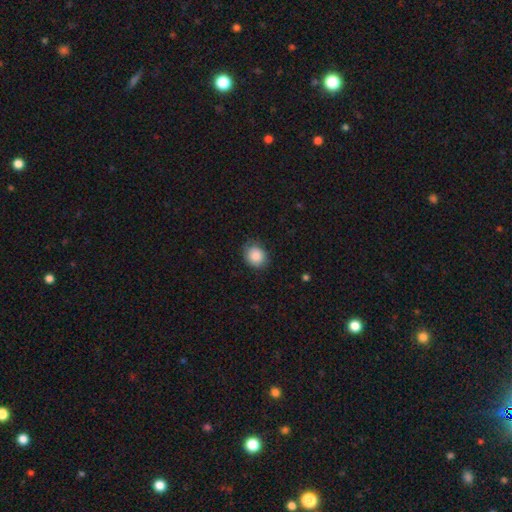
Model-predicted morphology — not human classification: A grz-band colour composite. It shows a smooth galaxy with no disk features (85%) that is round (67%). Merging: none (75%).